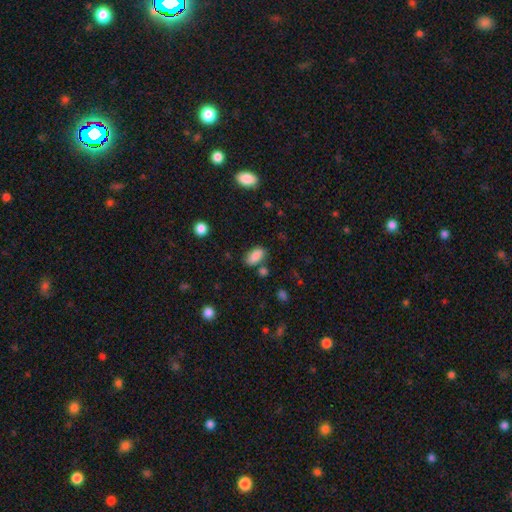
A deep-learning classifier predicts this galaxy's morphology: Smooth or featured: smooth — 86% (star or artifact — 8%)
How rounded: in between — 90% (cigar-shaped — 6%)
Merging: none — 74% (minor disturbance — 14%)